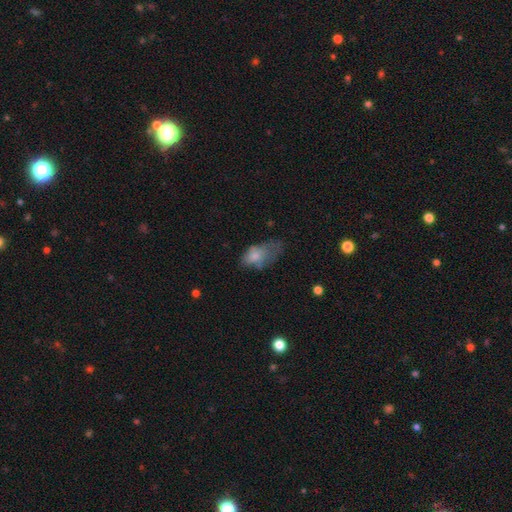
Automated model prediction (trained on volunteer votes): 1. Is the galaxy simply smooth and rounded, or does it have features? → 71% smooth, 20% featured or disk, 9% star or artifact.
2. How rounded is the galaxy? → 89% in between, 8% round, 3% cigar-shaped.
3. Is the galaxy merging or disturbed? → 35% major disturbance (tied), 35% minor disturbance (tied), 26% none, 4% merger.